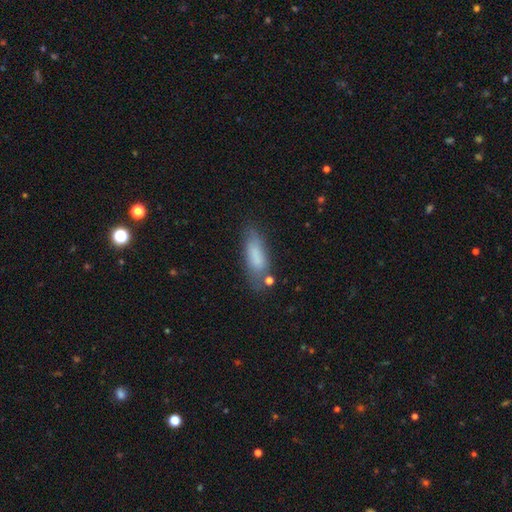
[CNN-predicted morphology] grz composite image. It shows a smooth galaxy with no disk features (77%) that is in between round and cigar-shaped (57%). Merging: none (71%).